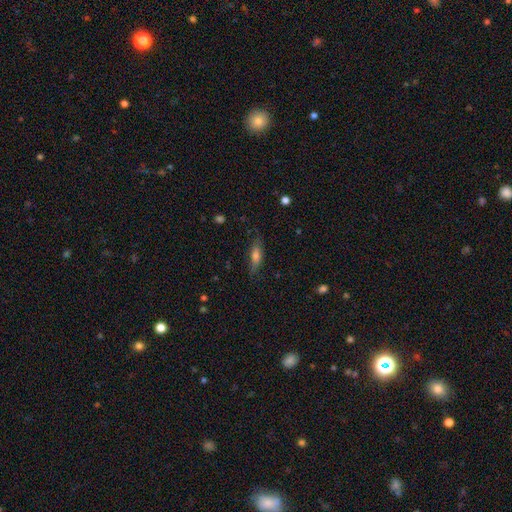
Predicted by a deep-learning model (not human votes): This appears to be a smooth galaxy with no disk features (58%) that is cigar-shaped (52%). Merging: none (76%).